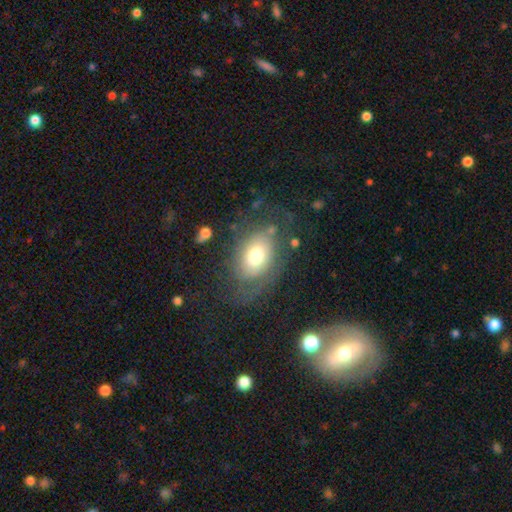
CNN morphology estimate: smooth_or_featured: featured or disk (p=0.48) [alt: smooth p=0.43]
merging: none (p=0.57) [alt: major disturbance p=0.21]